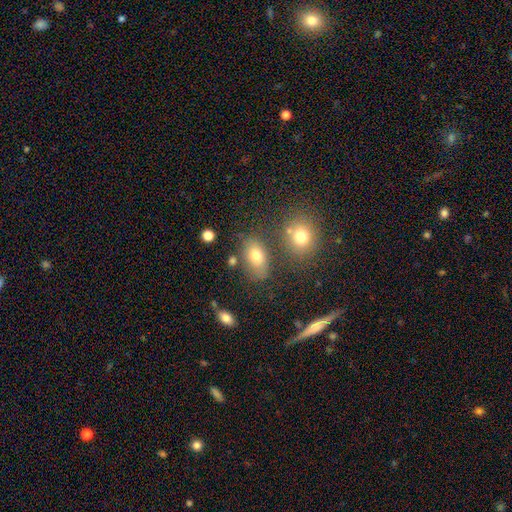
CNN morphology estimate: This is likely a smooth galaxy (73%). How rounded: clearly in between (83%). Merging: likely none (70%).